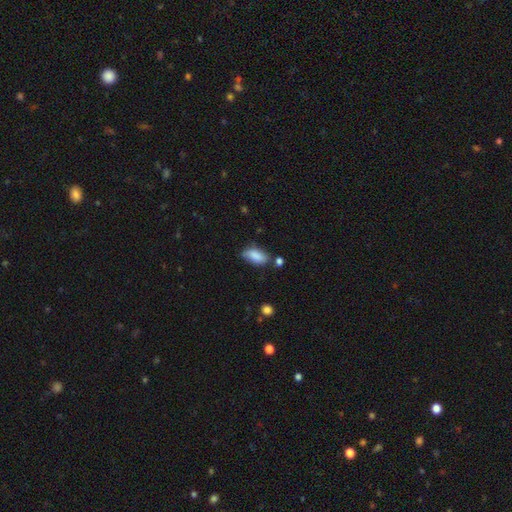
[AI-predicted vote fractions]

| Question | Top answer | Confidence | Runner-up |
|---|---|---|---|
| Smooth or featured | smooth | 84% | featured or disk (9%) |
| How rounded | in between | 89% | cigar-shaped (8%) |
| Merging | none | 64% | minor disturbance (24%) |